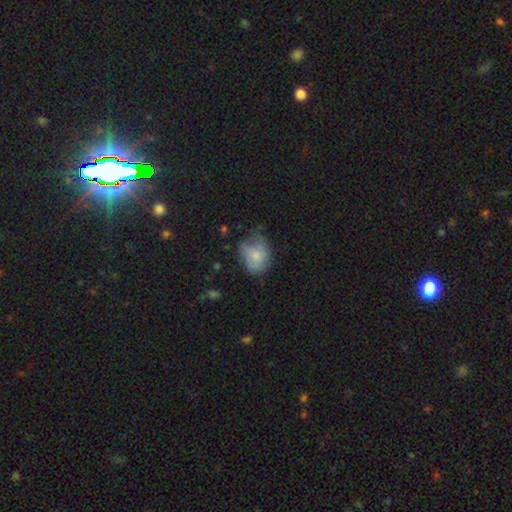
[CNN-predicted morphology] Smooth or featured? smooth (66%)
How rounded? in between (50%)
Merging? none (45%)